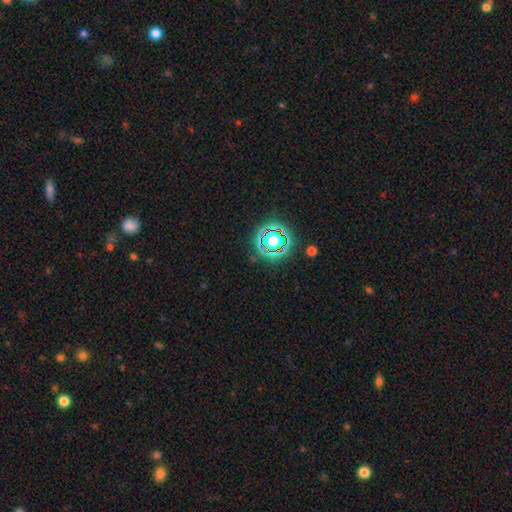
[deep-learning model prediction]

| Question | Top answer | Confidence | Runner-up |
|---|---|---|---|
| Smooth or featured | star or artifact | 78% | smooth (14%) |